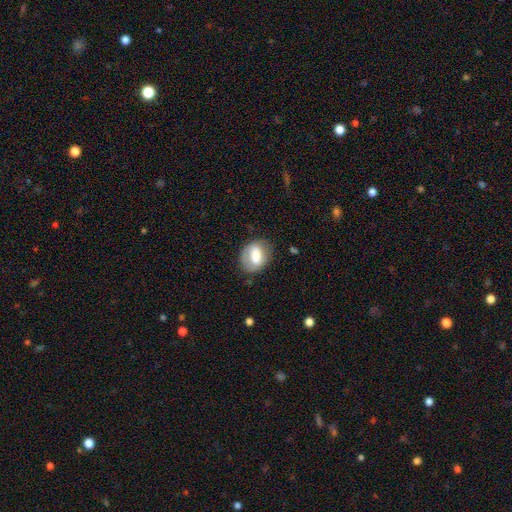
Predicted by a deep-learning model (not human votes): A smooth galaxy with no disk features (64%) that is in between round and cigar-shaped (66%). Merging: none (69%).